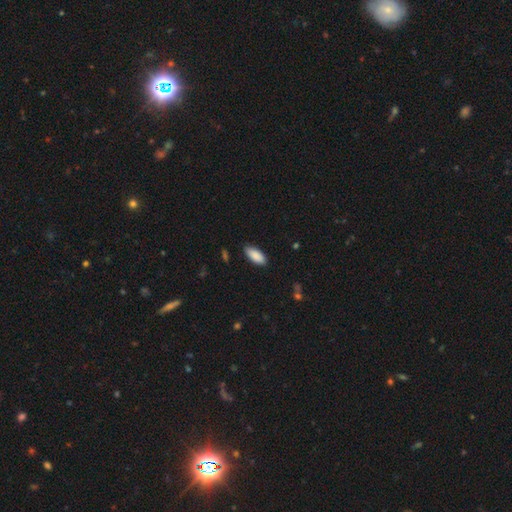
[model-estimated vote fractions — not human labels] The model was most divided on "how rounded": in between: 86%, cigar-shaped: 12%, round: 2%. More confident: smooth or featured — smooth (90%); merging — none (87%).